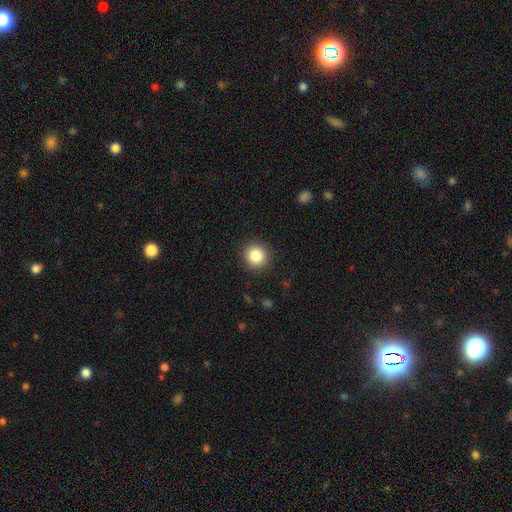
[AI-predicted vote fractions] Overall: smooth (85%). How rounded: round (93%). Merging: none (91%).